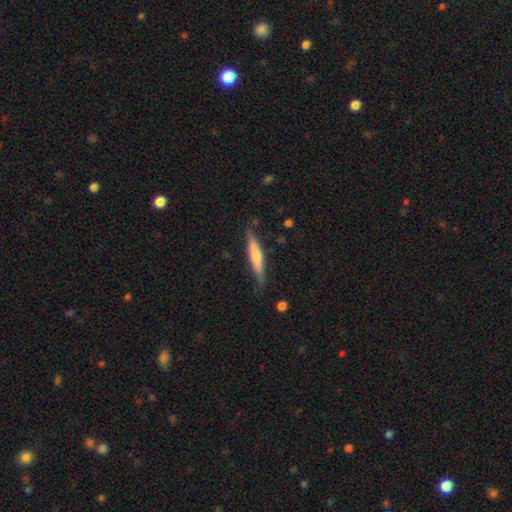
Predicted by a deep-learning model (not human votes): This appears to be a smooth galaxy with no disk features (57%) that is cigar-shaped (90%). Merging: none (80%).